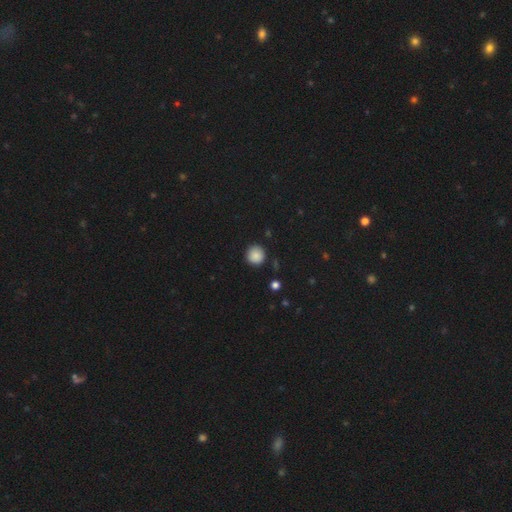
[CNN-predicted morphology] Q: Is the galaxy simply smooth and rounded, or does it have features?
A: smooth — 87%.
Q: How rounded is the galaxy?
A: round — 94%.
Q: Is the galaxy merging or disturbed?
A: none — 90%.